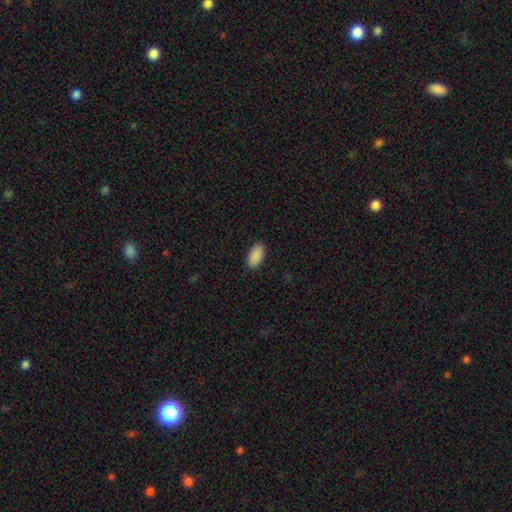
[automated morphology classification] smooth_or_featured: smooth (p=0.91) [alt: star or artifact p=0.07]
how_rounded: in between (p=0.95) [alt: cigar-shaped p=0.03]
merging: none (p=0.89) [alt: minor disturbance p=0.08]